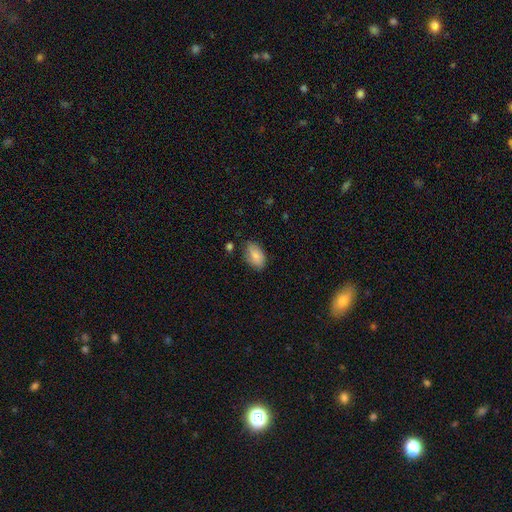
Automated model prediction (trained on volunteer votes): The model was most divided on "merging": none: 74%, minor disturbance: 20%, major disturbance: 4%, merger: 2%. More confident: how rounded — in between (92%); smooth or featured — smooth (85%).